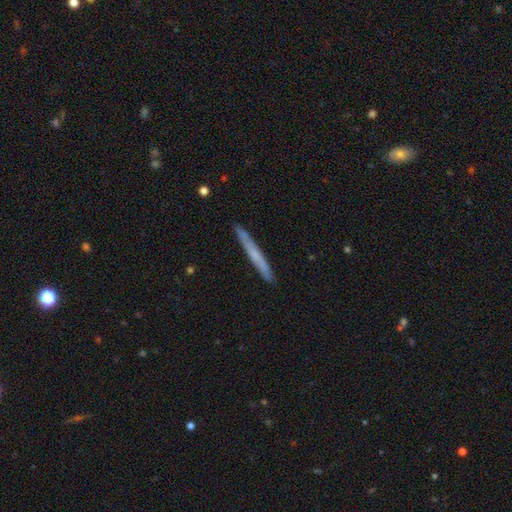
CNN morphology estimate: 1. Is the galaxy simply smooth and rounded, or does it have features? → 53% smooth, 42% featured or disk, 6% star or artifact.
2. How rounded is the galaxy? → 97% cigar-shaped, 2% in between, 1% round.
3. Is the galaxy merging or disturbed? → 89% none, 8% minor disturbance, 1% major disturbance, 1% merger.